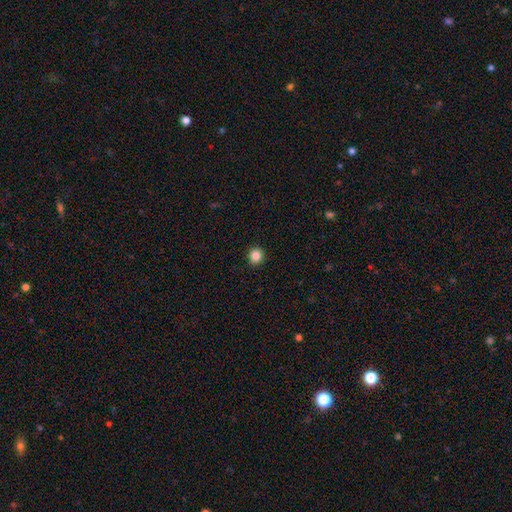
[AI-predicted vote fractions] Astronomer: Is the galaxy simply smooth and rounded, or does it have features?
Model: smooth — 85%.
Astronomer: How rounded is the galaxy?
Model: round — 91%.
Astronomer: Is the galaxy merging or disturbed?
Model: none — 93%.